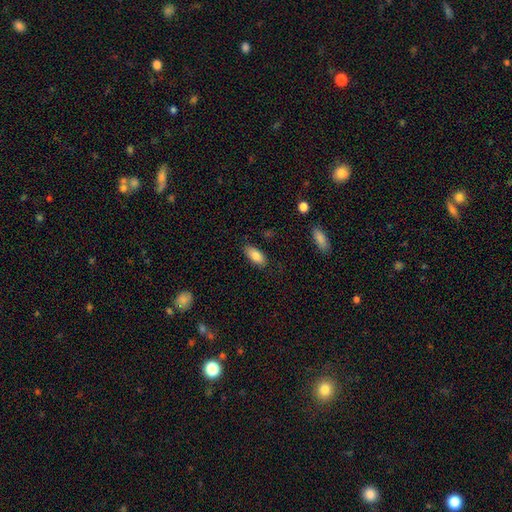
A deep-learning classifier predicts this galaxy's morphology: A smooth galaxy with no disk features (83%) that is in between round and cigar-shaped (86%).

Vote fractions:
- Smooth or featured? smooth: 83% / featured or disk: 10% / star or artifact: 7%
- How rounded? in between: 86% / cigar-shaped: 11% / round: 2%
- Merging? none: 83% / minor disturbance: 13% / major disturbance: 3% / merger: 1%